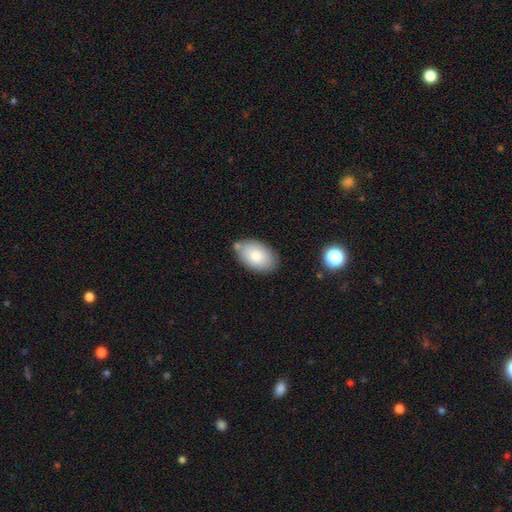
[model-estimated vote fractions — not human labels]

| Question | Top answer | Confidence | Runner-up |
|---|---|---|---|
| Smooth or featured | smooth | 81% | featured or disk (12%) |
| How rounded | in between | 93% | round (5%) |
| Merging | none | 75% | minor disturbance (16%) |